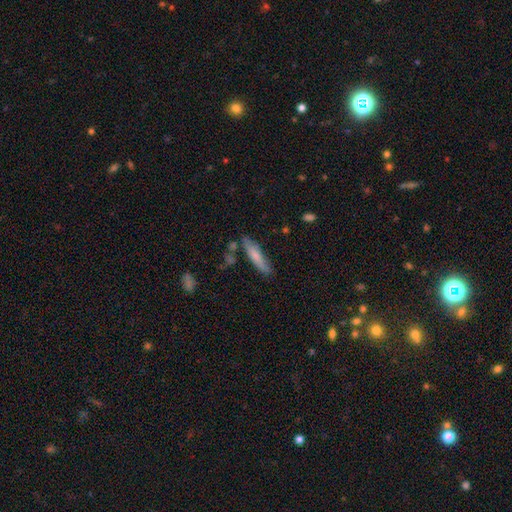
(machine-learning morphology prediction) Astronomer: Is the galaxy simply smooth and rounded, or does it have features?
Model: smooth — 68%.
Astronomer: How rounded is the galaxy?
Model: cigar-shaped — 78%.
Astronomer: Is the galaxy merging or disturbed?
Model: none — 71%.